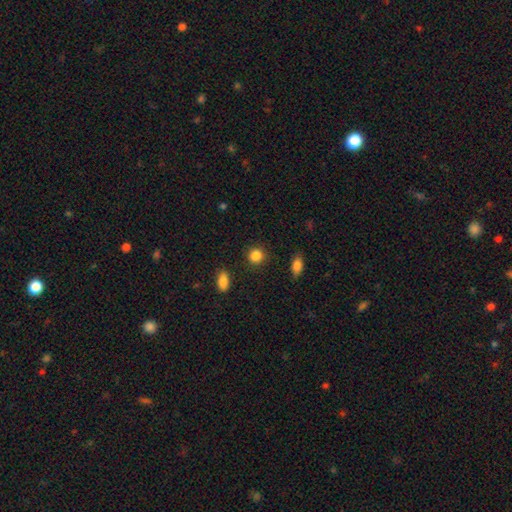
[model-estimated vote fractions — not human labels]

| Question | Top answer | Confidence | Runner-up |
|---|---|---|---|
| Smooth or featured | smooth | 87% | star or artifact (9%) |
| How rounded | round | 86% | in between (13%) |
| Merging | none | 89% | minor disturbance (7%) |